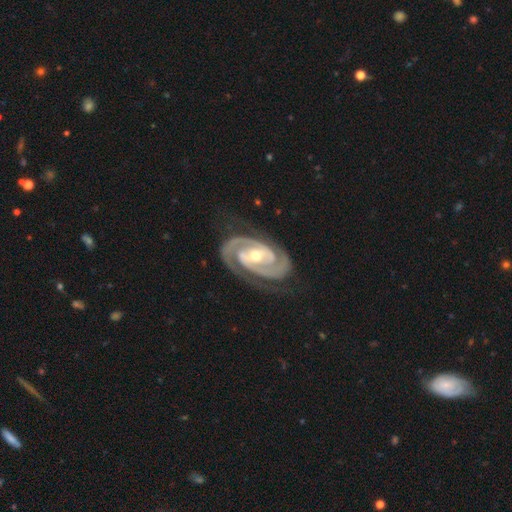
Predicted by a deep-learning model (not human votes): A featured or disk galaxy (94%) with no bar (37%), 2 (92%) tight (68%) spiral arms (99%) and a moderate central bulge (63%).

Vote fractions:
- Smooth or featured? featured or disk: 94% / star or artifact: 3% / smooth: 2%
- Edge-on disk? no: 98% / yes: 2%
- Bar? no: 37% / weak: 35% / strong: 28%
- Spiral arms? yes: 99% / no: 1%
- Spiral winding? tight: 68% / medium: 29% / loose: 3%
- Spiral arm count? 2: 92% / 3: 3% / can't tell: 2% / 1: 1% / 4: 1% / more than 4: 1%
- Bulge size? moderate: 63% / small: 33% / large: 2% / none: 1% / dominant: 1%
- Merging? none: 79% / minor disturbance: 14% / major disturbance: 5% / merger: 1%